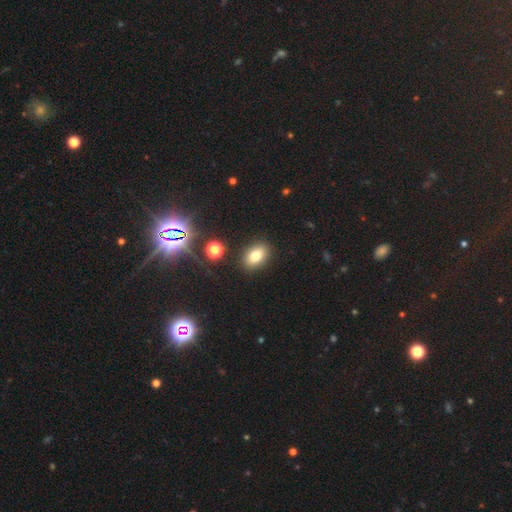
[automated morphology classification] A smooth galaxy with no disk features (78%) that is in between round and cigar-shaped (83%).

Vote fractions:
- Smooth or featured? smooth: 78% / star or artifact: 13% / featured or disk: 10%
- How rounded? in between: 83% / round: 15% / cigar-shaped: 2%
- Merging? none: 87% / minor disturbance: 8% / major disturbance: 2% / merger: 2%